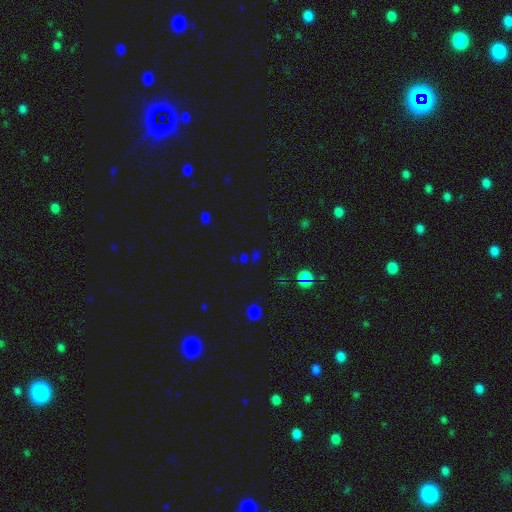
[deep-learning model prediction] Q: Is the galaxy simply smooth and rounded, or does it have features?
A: star or artifact — 58%.